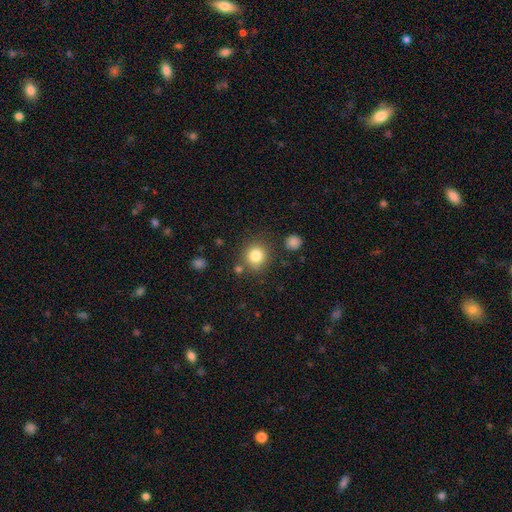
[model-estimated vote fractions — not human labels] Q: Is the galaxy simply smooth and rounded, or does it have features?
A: smooth — 82%.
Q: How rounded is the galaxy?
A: round — 86%.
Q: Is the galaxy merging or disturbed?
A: none — 80%.